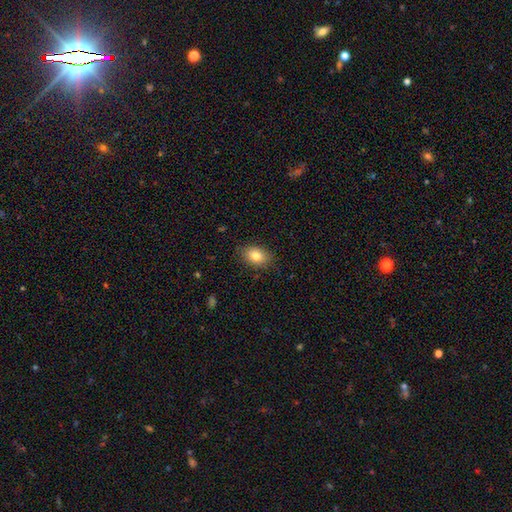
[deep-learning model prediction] Smooth or featured: smooth — 82% (featured or disk — 9%)
How rounded: in between — 78% (round — 21%)
Merging: none — 86% (minor disturbance — 11%)